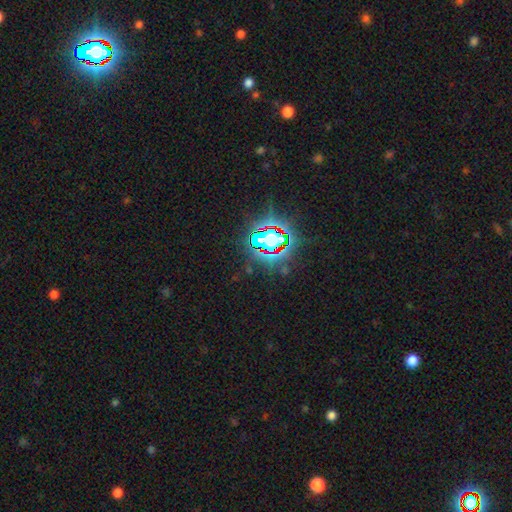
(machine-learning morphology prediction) Smooth or featured: star or artifact — 82% (smooth — 10%)